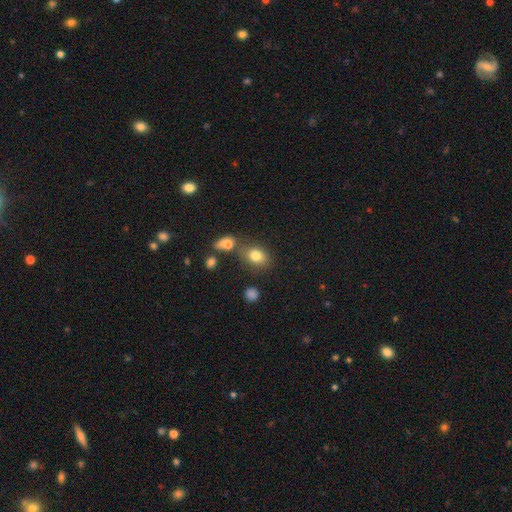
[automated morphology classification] Smooth or featured? Predicted: smooth (p=0.79). How rounded? Predicted: in between (p=0.70). Merging? Predicted: none (p=0.60).